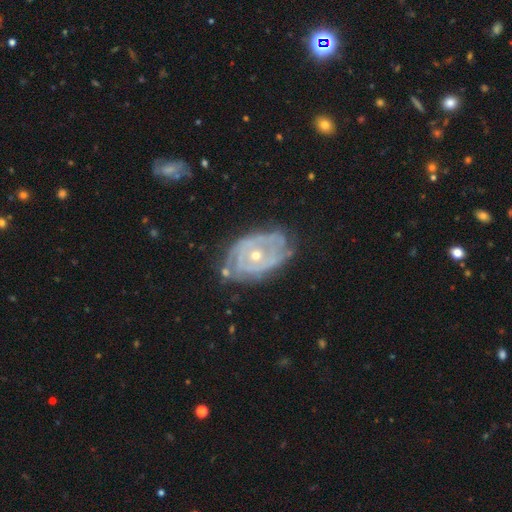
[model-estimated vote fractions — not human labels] A featured or disk galaxy (83%) with no bar (80%), tight (74%) spiral arms (83%) and a small central bulge (53%).

Vote fractions:
- Smooth or featured? featured or disk: 83% / smooth: 11% / star or artifact: 6%
- Edge-on disk? no: 95% / yes: 5%
- Bar? no: 80% / weak: 16% / strong: 5%
- Spiral arms? yes: 83% / no: 17%
- Spiral winding? tight: 74% / medium: 20% / loose: 6%
- Spiral arm count? can't tell: 44% / 2: 25% / 3: 15% / 4: 7% / 1: 5% / more than 4: 5%
- Bulge size? small: 53% / moderate: 44% / large: 1% / none: 1% / dominant: 1%
- Merging? none: 63% / minor disturbance: 25% / major disturbance: 9% / merger: 3%